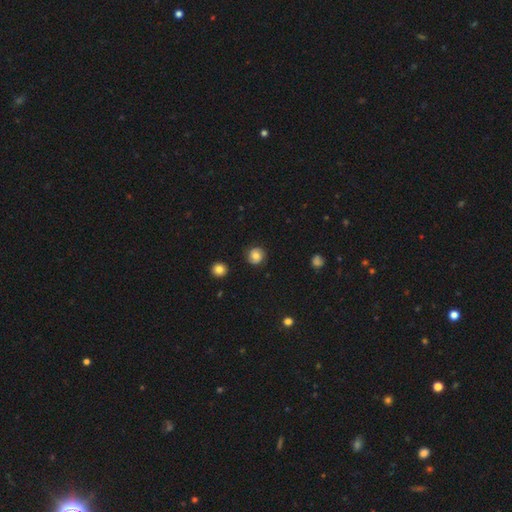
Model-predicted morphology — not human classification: This appears to be a smooth galaxy with no disk features (66%) that is round (91%). Merging: none (86%).